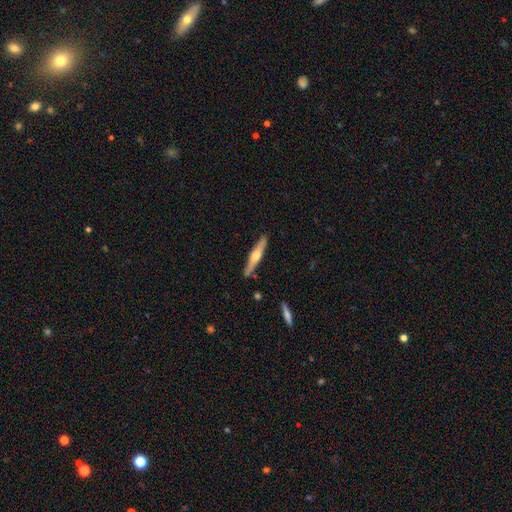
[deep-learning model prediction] This appears to be a featured or disk galaxy (59%) viewed edge-on (96%) with a rounded central bulge (89%). Merging: none (87%).